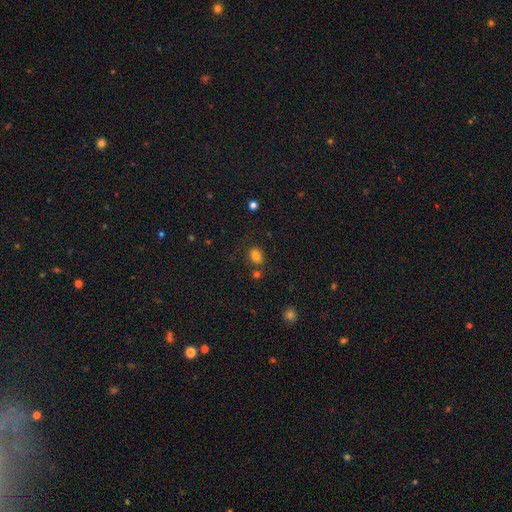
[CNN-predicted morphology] The model was most divided on "how rounded": in between: 64%, round: 35%, cigar-shaped: 1%. More confident: smooth or featured — smooth (81%); merging — none (74%).